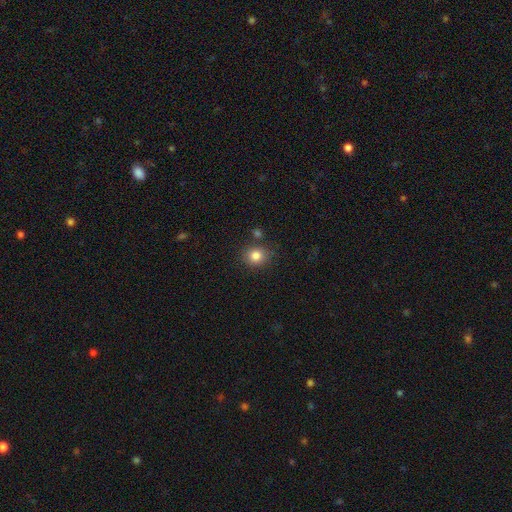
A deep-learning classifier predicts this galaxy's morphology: A smooth galaxy with no disk features (83%) that is round (80%).

Vote fractions:
- Smooth or featured? smooth: 83% / star or artifact: 11% / featured or disk: 6%
- How rounded? round: 80% / in between: 19% / cigar-shaped: 1%
- Merging? none: 81% / minor disturbance: 10% / merger: 6% / major disturbance: 3%